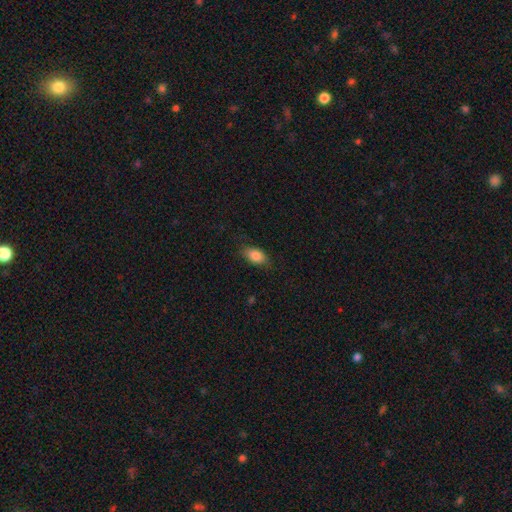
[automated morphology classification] smooth_or_featured: smooth (p=0.84) [alt: featured or disk p=0.08]
how_rounded: in between (p=0.88) [alt: round p=0.08]
merging: none (p=0.79) [alt: minor disturbance p=0.16]